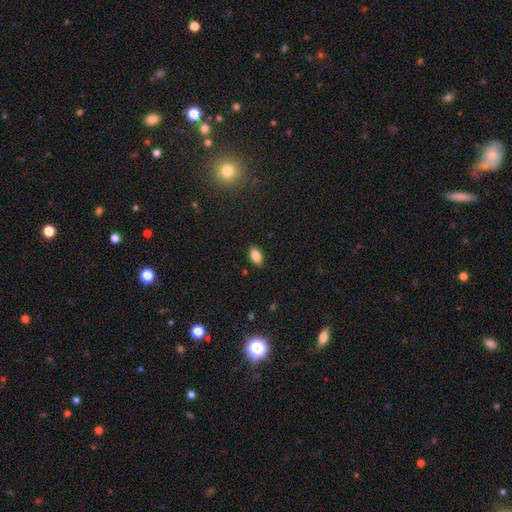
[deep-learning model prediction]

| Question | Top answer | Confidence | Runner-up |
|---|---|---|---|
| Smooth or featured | smooth | 83% | star or artifact (9%) |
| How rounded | in between | 91% | round (5%) |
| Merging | none | 88% | minor disturbance (9%) |